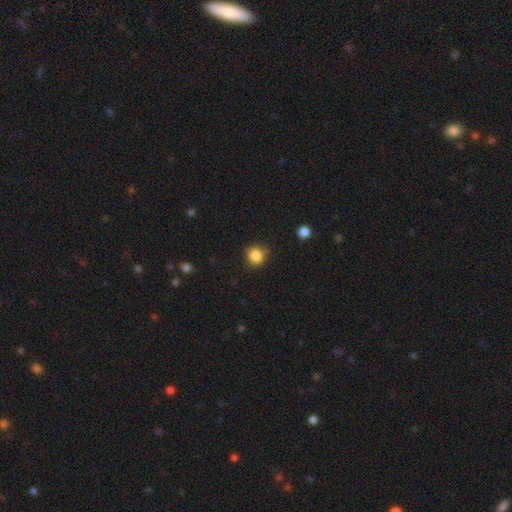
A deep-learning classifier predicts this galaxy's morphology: Smooth or featured? smooth (85%)
How rounded? round (89%)
Merging? none (79%)